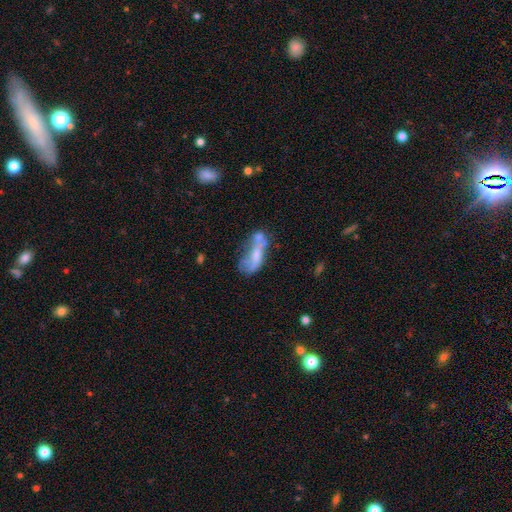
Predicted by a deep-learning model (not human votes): The model was most divided on "smooth or featured": smooth: 46%, featured or disk: 44%, star or artifact: 10%. Remaining: merging — merger (33%).